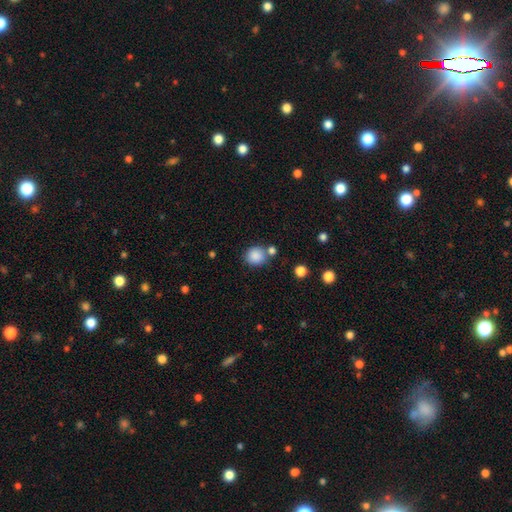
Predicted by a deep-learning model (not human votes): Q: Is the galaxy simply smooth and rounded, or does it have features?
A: smooth — 87%.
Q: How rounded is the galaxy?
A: round — 86%.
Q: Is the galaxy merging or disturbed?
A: none — 71%.